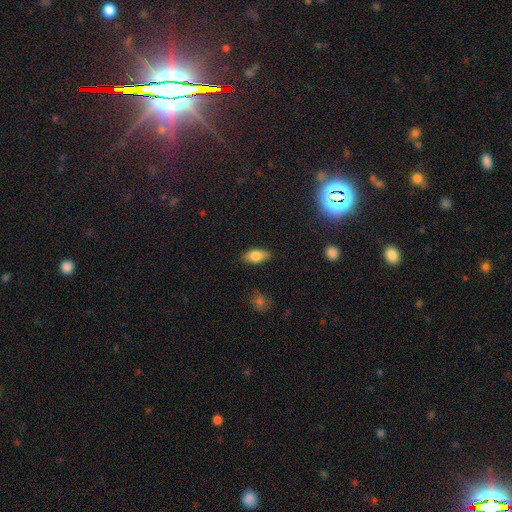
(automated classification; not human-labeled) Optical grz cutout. It shows a smooth galaxy with no disk features (79%) that is in between round and cigar-shaped (88%). Merging: none (83%).